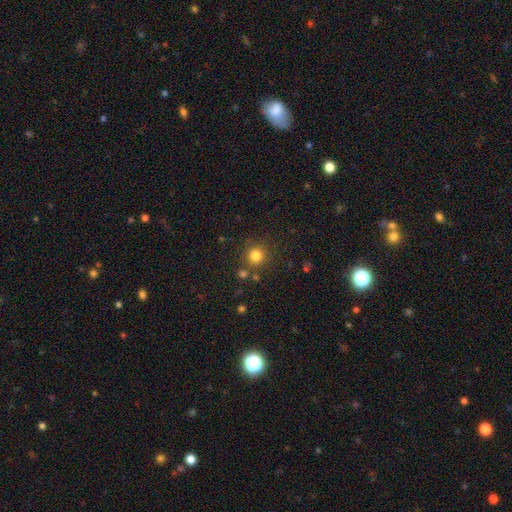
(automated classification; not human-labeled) Q: Smooth or featured?
A: smooth (81%); runner-up: star or artifact (14%)
Q: How rounded?
A: round (94%); runner-up: in between (5%)
Q: Merging?
A: none (83%); runner-up: minor disturbance (7%)